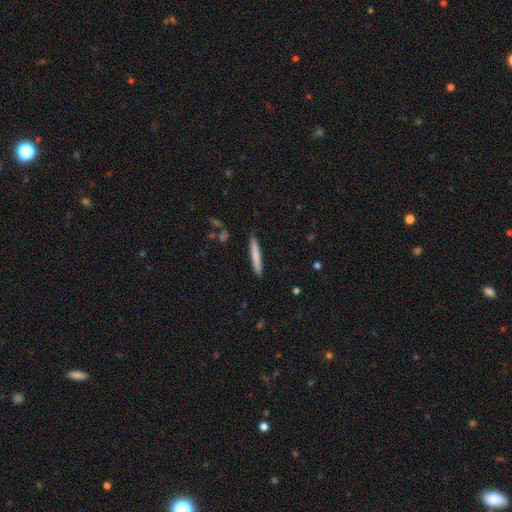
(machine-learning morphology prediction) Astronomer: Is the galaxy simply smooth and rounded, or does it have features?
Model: smooth — 75%.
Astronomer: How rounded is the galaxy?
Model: cigar-shaped — 95%.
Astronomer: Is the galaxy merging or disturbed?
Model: none — 89%.